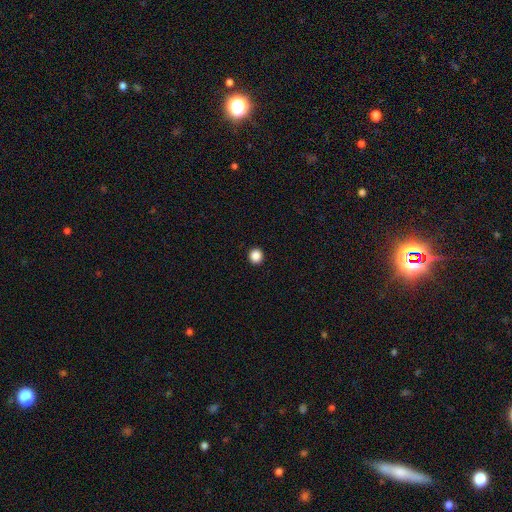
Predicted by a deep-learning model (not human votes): Morphology: type=smooth (87%); roundness=round (94%); merging=none (94%).